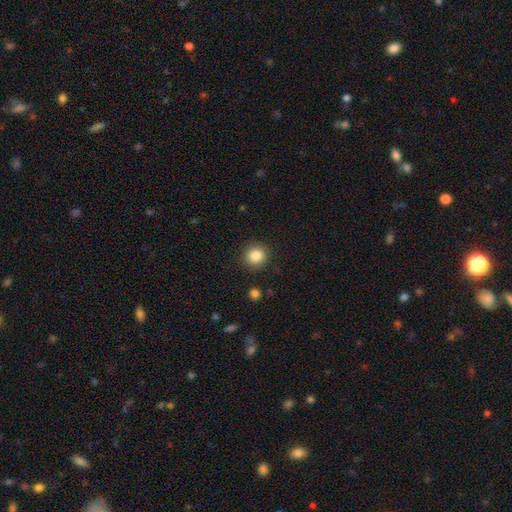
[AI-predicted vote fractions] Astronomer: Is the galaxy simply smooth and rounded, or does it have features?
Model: smooth — 84%.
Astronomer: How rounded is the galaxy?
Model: round — 91%.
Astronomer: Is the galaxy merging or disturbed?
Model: none — 90%.